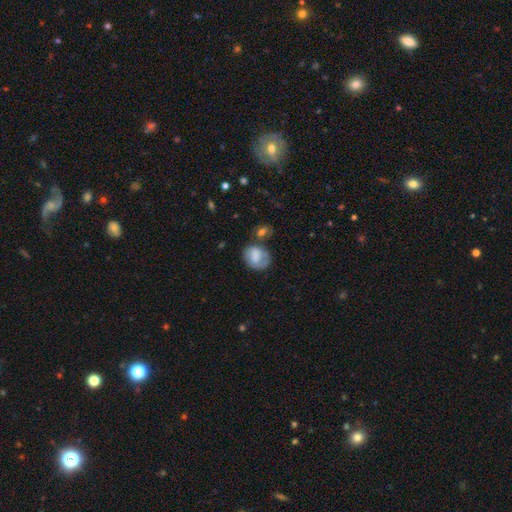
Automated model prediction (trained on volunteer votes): Smooth or featured? Predicted: smooth (p=0.68). How rounded? Predicted: in between (p=0.51). Merging? Predicted: none (p=0.45).